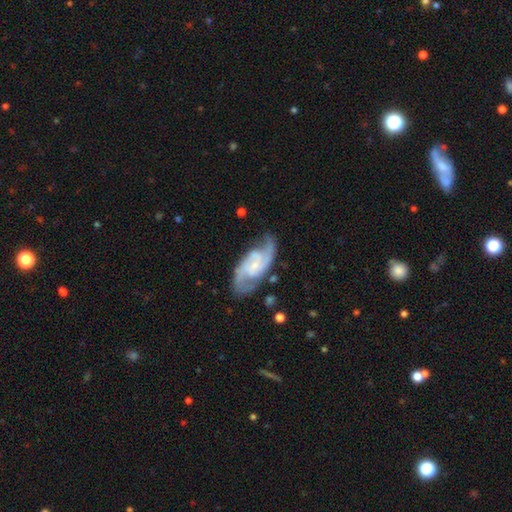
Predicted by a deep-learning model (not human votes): Smooth or featured? Predicted: featured or disk (p=0.88). Edge-on disk? Predicted: no (p=0.96). Bar? Predicted: no (p=0.46). Spiral arms? Predicted: yes (p=0.97). Spiral winding? Predicted: medium (p=0.54). Spiral arm count? Predicted: 2 (p=0.87). Bulge size? Predicted: small (p=0.63). Merging? Predicted: none (p=0.70).